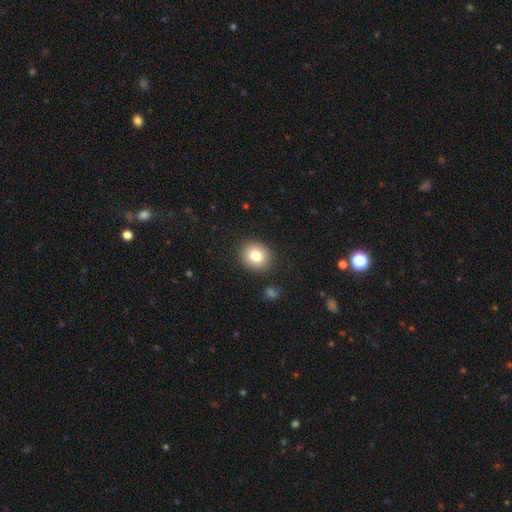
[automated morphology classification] Smooth or featured: smooth — 80% (star or artifact — 10%)
How rounded: round — 70% (in between — 29%)
Merging: none — 88% (minor disturbance — 8%)